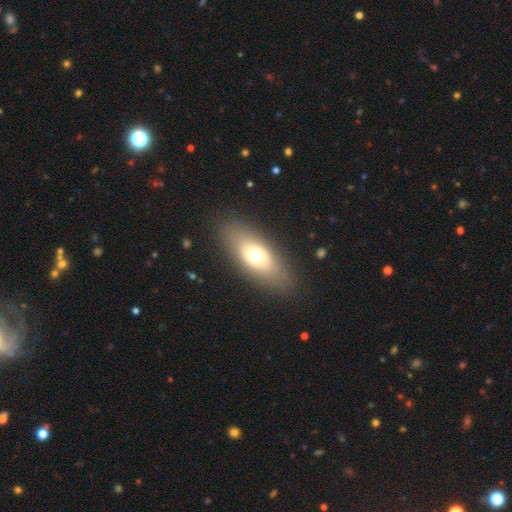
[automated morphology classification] Smooth or featured? smooth (62%)
How rounded? in between (79%)
Merging? none (84%)